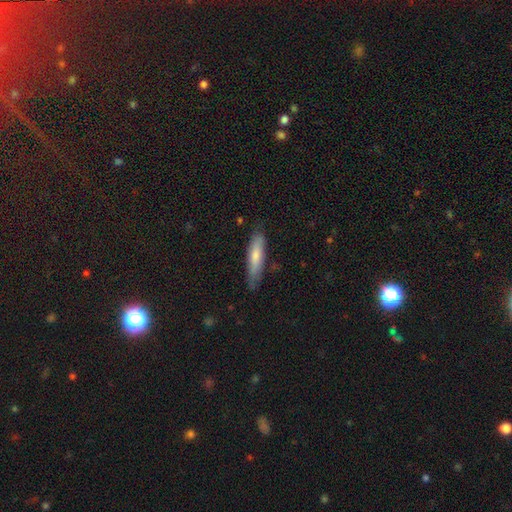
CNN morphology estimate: This appears to be a smooth galaxy with no disk features (70%) that is cigar-shaped (73%). Merging: none (74%).